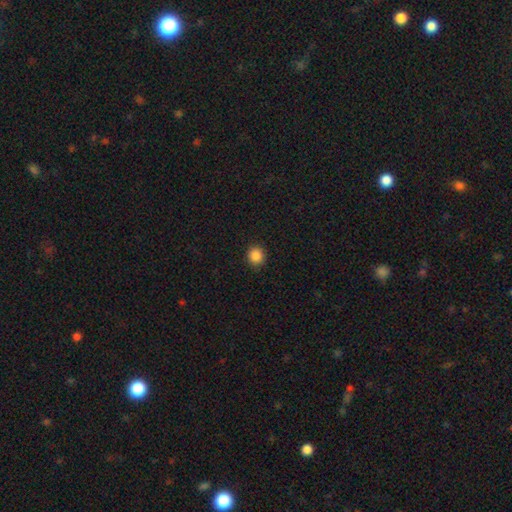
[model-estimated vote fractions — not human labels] Smooth or featured?
  - smooth: 87% *
  - star or artifact: 10%
  - featured or disk: 3%
How rounded?
  - round: 90% *
  - in between: 9%
  - cigar-shaped: 1%
Merging?
  - none: 91% *
  - minor disturbance: 7%
  - major disturbance: 2%
  - merger: 1%